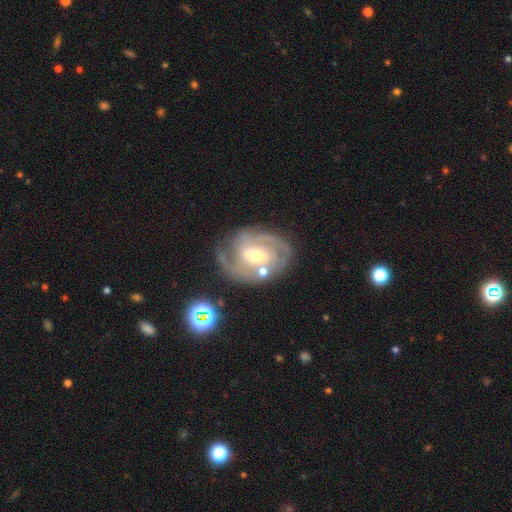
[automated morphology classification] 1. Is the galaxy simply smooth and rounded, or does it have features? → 87% featured or disk, 7% smooth, 6% star or artifact.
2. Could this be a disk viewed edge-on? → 97% no, 3% yes.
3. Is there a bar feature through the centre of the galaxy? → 47% weak, 33% no, 20% strong.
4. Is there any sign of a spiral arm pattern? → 96% yes, 4% no.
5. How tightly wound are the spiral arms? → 59% tight, 34% medium, 7% loose.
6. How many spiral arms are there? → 46% 2, 25% 3, 17% can't tell, 5% 4, 4% 1, 3% more than 4.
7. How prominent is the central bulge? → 56% moderate, 39% small, 3% large, 1% none, 1% dominant.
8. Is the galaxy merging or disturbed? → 68% none, 18% minor disturbance, 7% major disturbance, 7% merger.